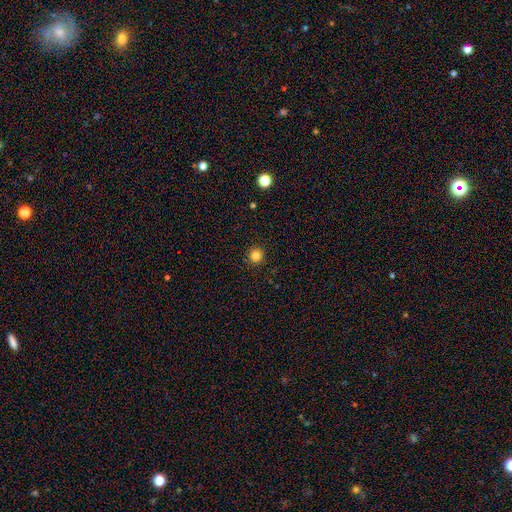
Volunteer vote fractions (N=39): Smooth or featured? 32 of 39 (82%) said smooth. How rounded? 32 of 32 (100%) said round. Merging? 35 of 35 (100%) said none.